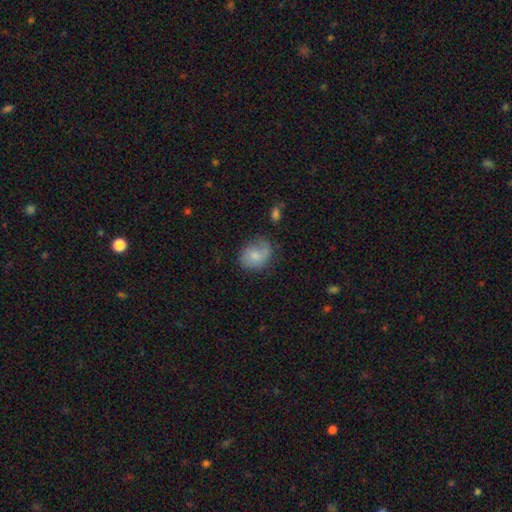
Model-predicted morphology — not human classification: Smooth or featured: smooth — 67% (featured or disk — 24%)
How rounded: in between — 50% (round — 49%)
Merging: none — 52% (minor disturbance — 30%)